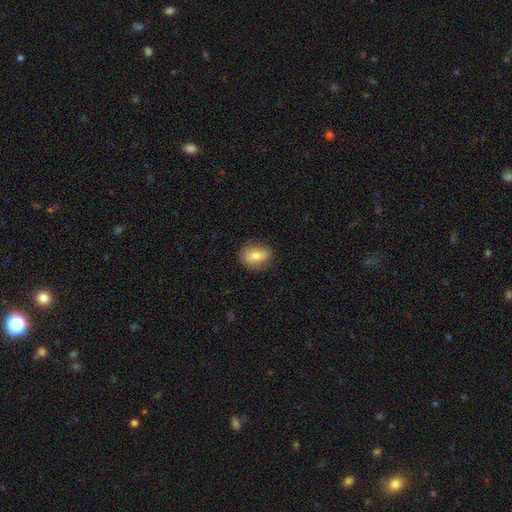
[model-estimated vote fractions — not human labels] The model was most divided on "how rounded": in between: 68%, round: 30%, cigar-shaped: 2%. More confident: merging — none (80%); smooth or featured — smooth (73%).